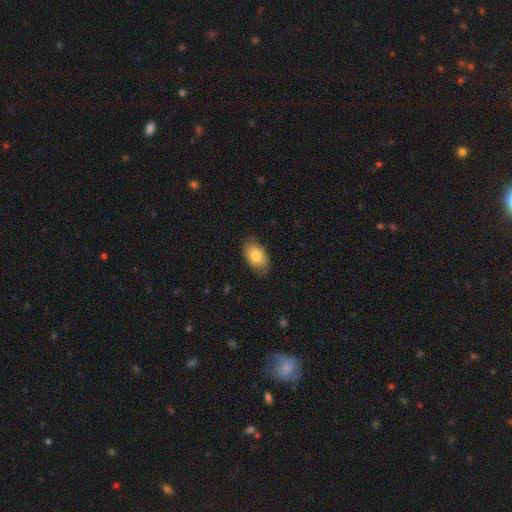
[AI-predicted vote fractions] Q: Smooth or featured?
A: smooth (79%); runner-up: featured or disk (14%)
Q: How rounded?
A: in between (90%); runner-up: round (8%)
Q: Merging?
A: none (78%); runner-up: minor disturbance (18%)